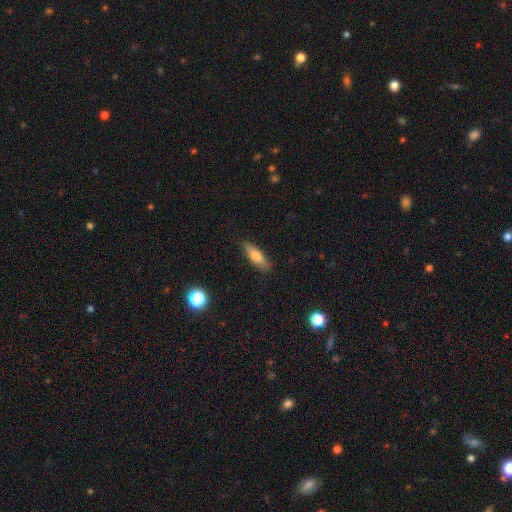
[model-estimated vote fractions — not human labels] Smooth or featured? smooth (76%)
How rounded? in between (50%)
Merging? none (84%)